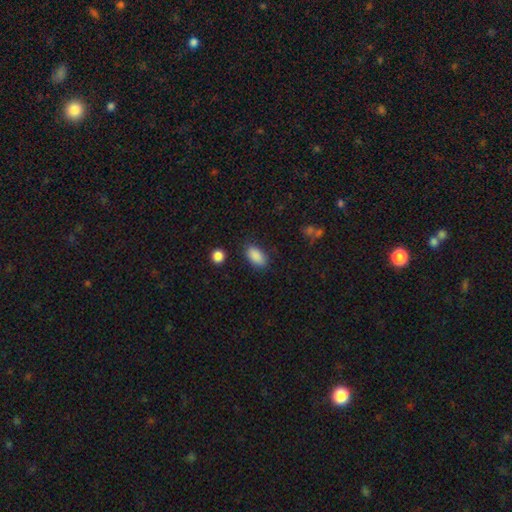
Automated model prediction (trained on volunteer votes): Smooth or featured?
  - smooth: 88% *
  - star or artifact: 8%
  - featured or disk: 4%
How rounded?
  - in between: 92% *
  - round: 5%
  - cigar-shaped: 3%
Merging?
  - none: 84% *
  - minor disturbance: 11%
  - major disturbance: 3%
  - merger: 2%